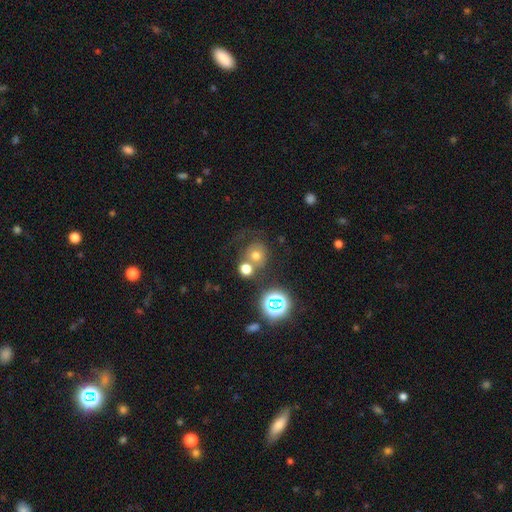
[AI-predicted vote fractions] This is likely a smooth galaxy (61%). How rounded: clearly round (83%). Merging: possibly none (46%).